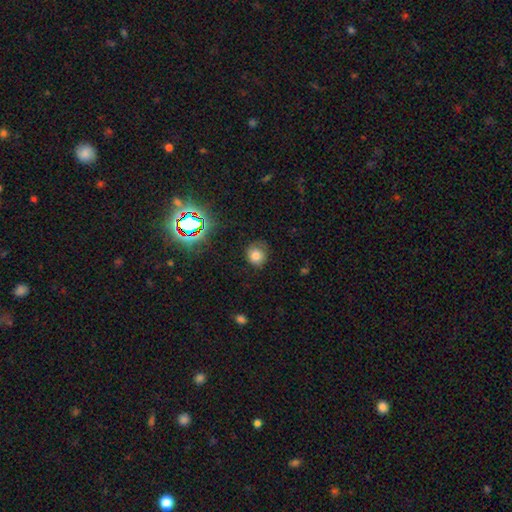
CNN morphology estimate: smooth_or_featured: smooth (p=0.75) [alt: star or artifact p=0.15]
how_rounded: round (p=0.82) [alt: in between p=0.17]
merging: none (p=0.70) [alt: minor disturbance p=0.21]